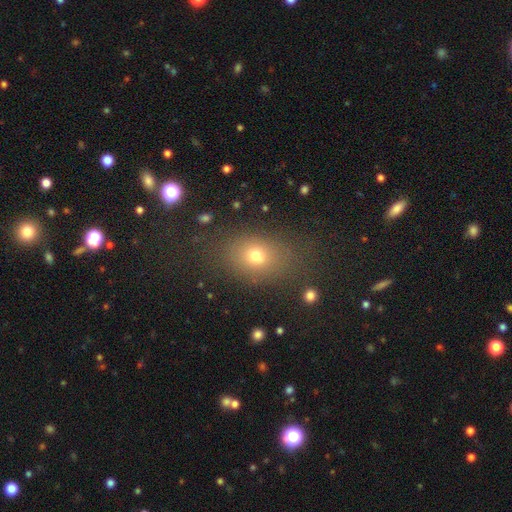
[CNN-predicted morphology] This is likely a smooth galaxy (70%). How rounded: likely in between (64%). Merging: likely none (77%).